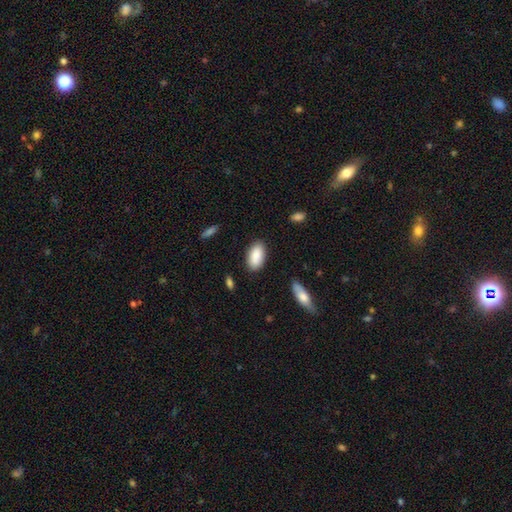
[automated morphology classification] Overall: smooth (88%). How rounded: in between (94%). Merging: none (85%).